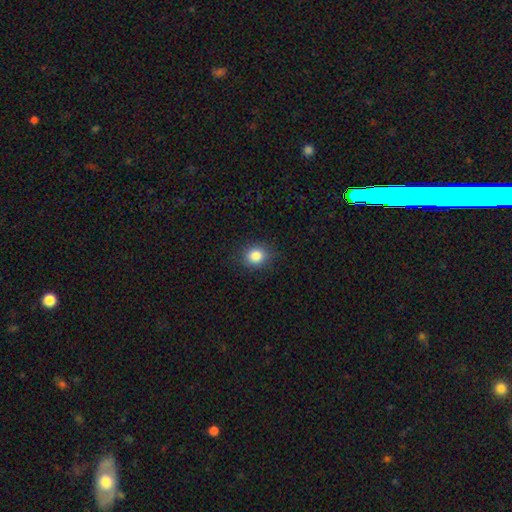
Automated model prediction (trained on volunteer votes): Overall: smooth (84%). How rounded: round (76%). Merging: none (87%).